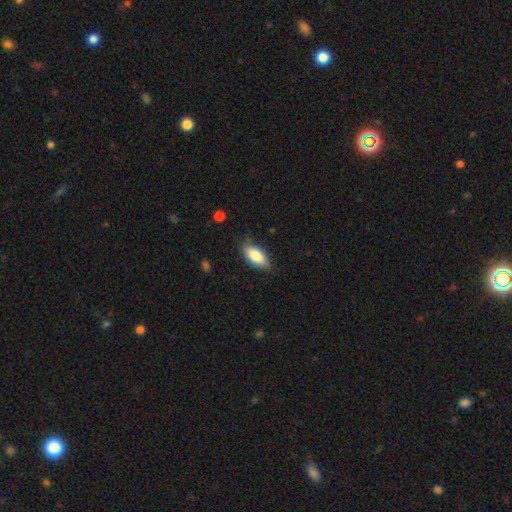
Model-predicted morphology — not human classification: smooth 84%, featured or disk 10%, star or artifact 6%. Down the decision tree: how rounded — in between (89%); merging — none (78%).